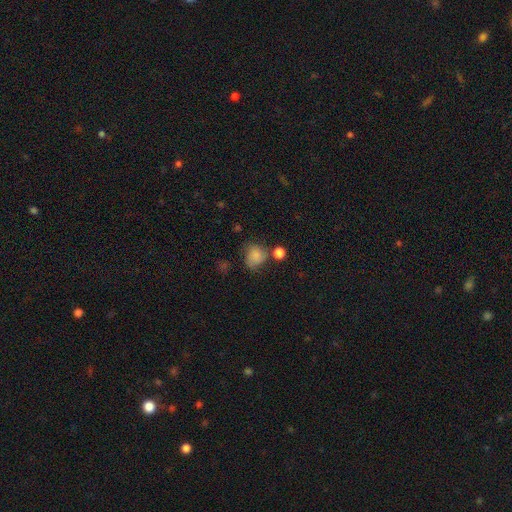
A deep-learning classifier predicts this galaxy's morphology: A smooth galaxy with no disk features (78%) that is round (67%). Merging: none (52%).